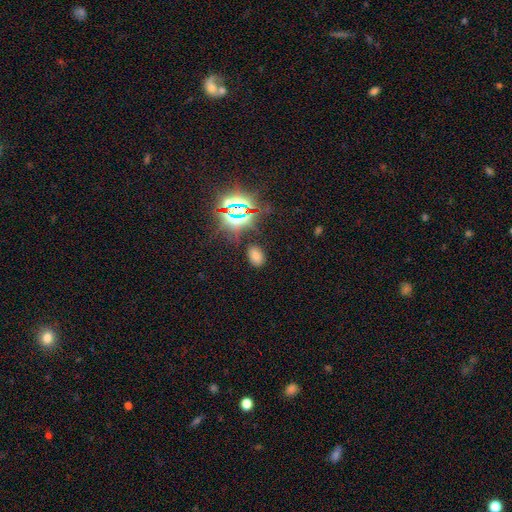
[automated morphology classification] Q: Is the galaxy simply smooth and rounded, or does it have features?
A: smooth — 63%.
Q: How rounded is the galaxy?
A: in between — 85%.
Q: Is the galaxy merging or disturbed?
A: none — 84%.